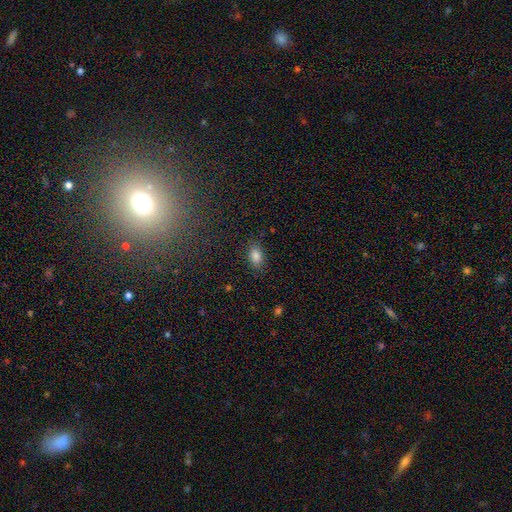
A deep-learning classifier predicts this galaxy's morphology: Overall: smooth (85%). How rounded: in between (89%). Merging: none (84%).